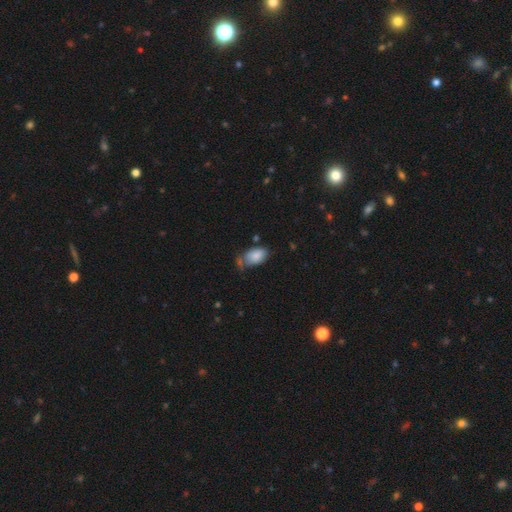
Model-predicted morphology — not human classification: Overall: smooth (84%). How rounded: in between (92%). Merging: none (49%; minor disturbance 29%).